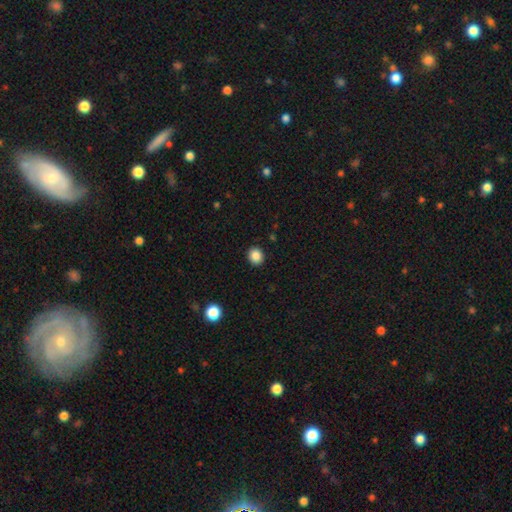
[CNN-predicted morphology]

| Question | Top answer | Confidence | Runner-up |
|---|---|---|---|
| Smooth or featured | smooth | 87% | star or artifact (10%) |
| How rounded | round | 76% | in between (23%) |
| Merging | none | 91% | minor disturbance (6%) |